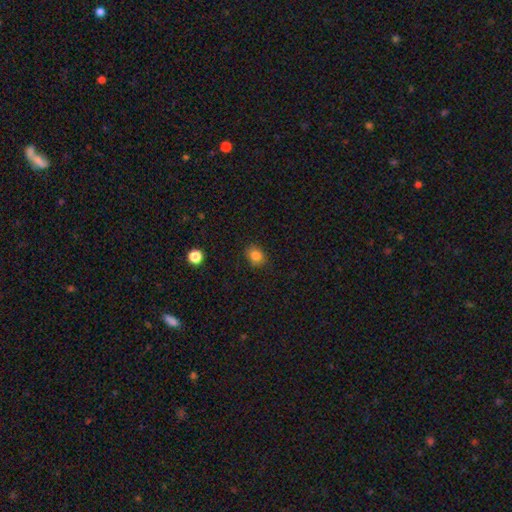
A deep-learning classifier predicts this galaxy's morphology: Smooth or featured? Predicted: smooth (p=0.83). How rounded? Predicted: round (p=0.64). Merging? Predicted: none (p=0.85).